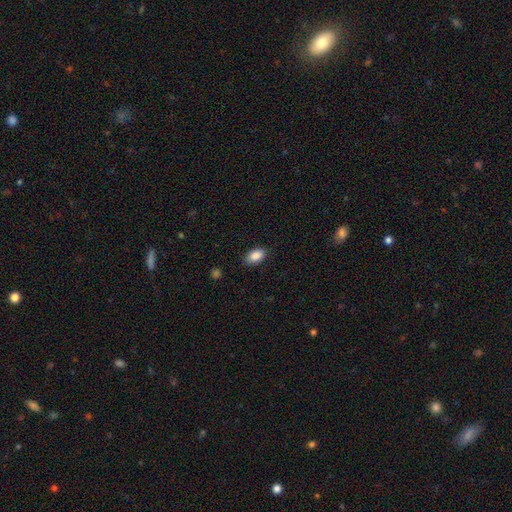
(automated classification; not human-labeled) Q: Smooth or featured?
A: smooth (88%); runner-up: star or artifact (7%)
Q: How rounded?
A: in between (91%); runner-up: round (7%)
Q: Merging?
A: none (85%); runner-up: minor disturbance (12%)